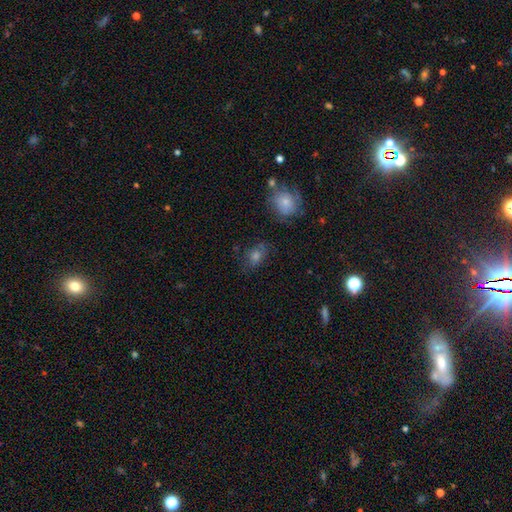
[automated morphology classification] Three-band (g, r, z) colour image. It shows a smooth galaxy with no disk features (53%) that is in between round and cigar-shaped (58%). Merging: none (72%).